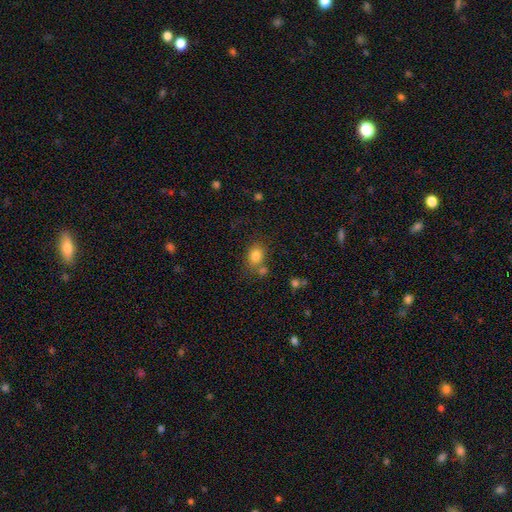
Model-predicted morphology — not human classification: Smooth or featured? Predicted: smooth (p=0.82). How rounded? Predicted: in between (p=0.53). Merging? Predicted: none (p=0.63).